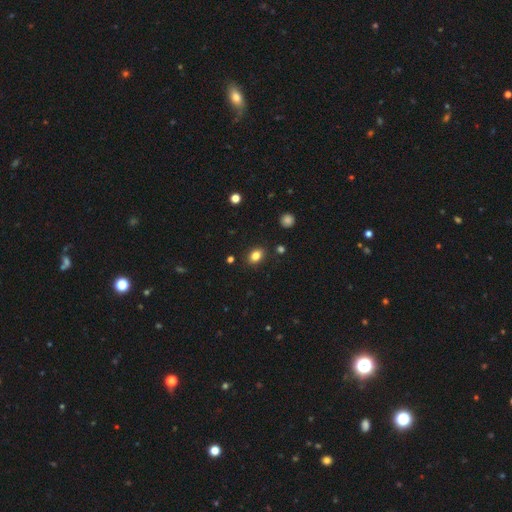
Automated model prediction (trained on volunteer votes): Q: Smooth or featured?
A: smooth (82%); runner-up: star or artifact (11%)
Q: How rounded?
A: in between (67%); runner-up: round (31%)
Q: Merging?
A: none (87%); runner-up: minor disturbance (9%)